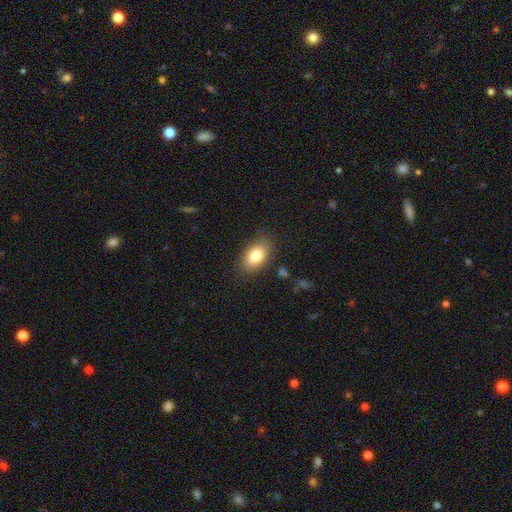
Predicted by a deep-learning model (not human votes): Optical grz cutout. It shows a smooth galaxy with no disk features (82%) that is in between round and cigar-shaped (89%). Merging: none (83%).